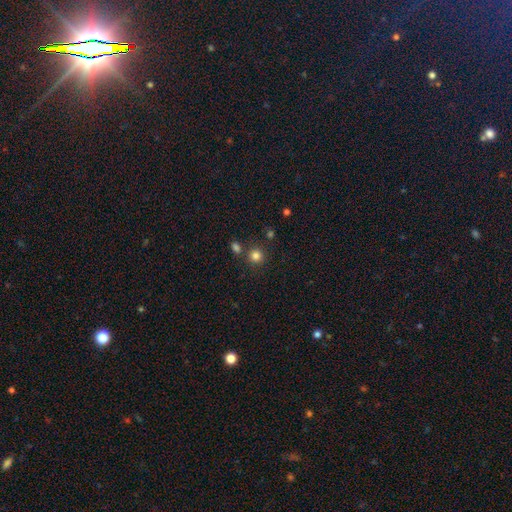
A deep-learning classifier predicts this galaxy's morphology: Overall: smooth (82%). How rounded: round (91%). Merging: none (78%).